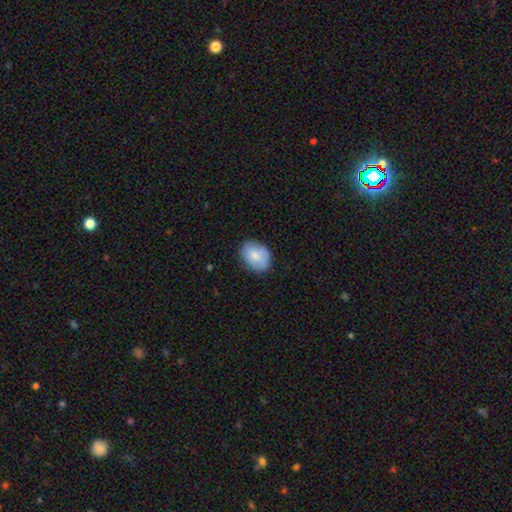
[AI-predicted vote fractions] Smooth or featured: smooth — 80% (featured or disk — 13%)
How rounded: in between — 67% (round — 32%)
Merging: none — 79% (minor disturbance — 17%)